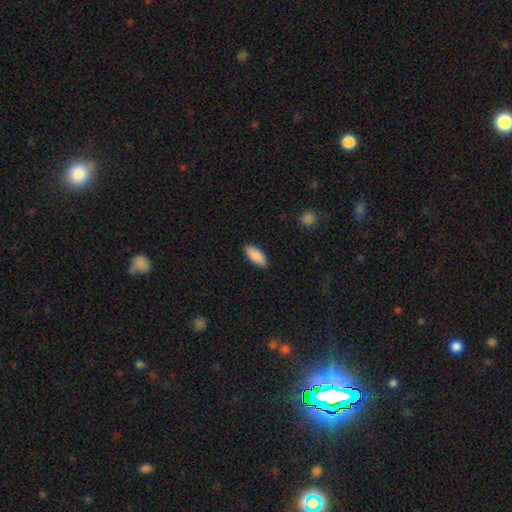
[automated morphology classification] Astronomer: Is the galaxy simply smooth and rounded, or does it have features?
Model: smooth — 89%.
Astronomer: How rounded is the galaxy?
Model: in between — 86%.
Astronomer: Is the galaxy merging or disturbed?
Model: none — 88%.